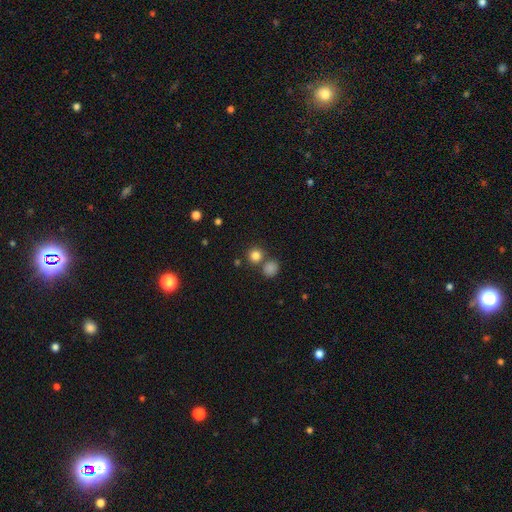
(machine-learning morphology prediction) Overall: smooth (82%). How rounded: round (91%). Merging: none (69%).